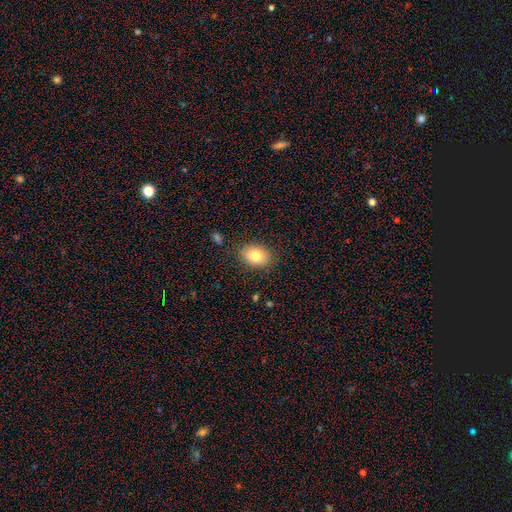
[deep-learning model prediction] A smooth galaxy with no disk features (82%) that is in between round and cigar-shaped (74%).

Vote fractions:
- Smooth or featured? smooth: 82% / featured or disk: 10% / star or artifact: 8%
- How rounded? in between: 74% / round: 25% / cigar-shaped: 1%
- Merging? none: 84% / minor disturbance: 11% / major disturbance: 3% / merger: 1%